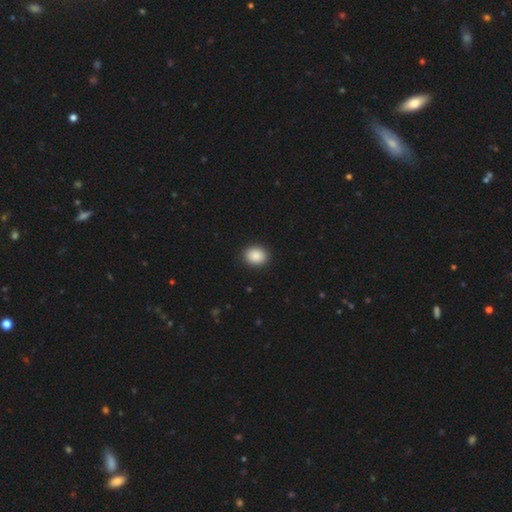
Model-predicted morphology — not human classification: Overall: smooth (89%). How rounded: in between (50%; round 49%). Merging: none (92%).